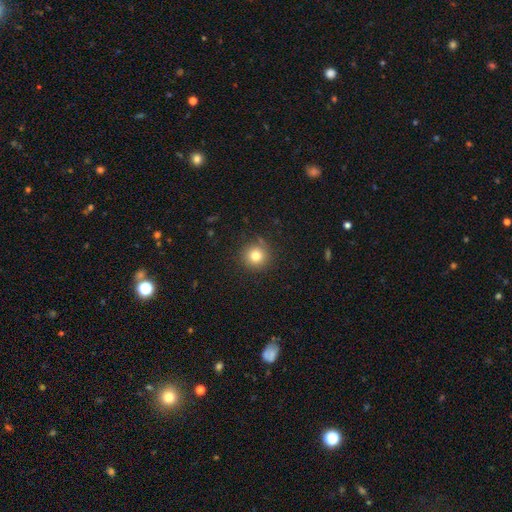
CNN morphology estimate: The model was most divided on "smooth or featured": smooth: 80%, star or artifact: 12%, featured or disk: 8%. More confident: how rounded — round (94%); merging — none (86%).